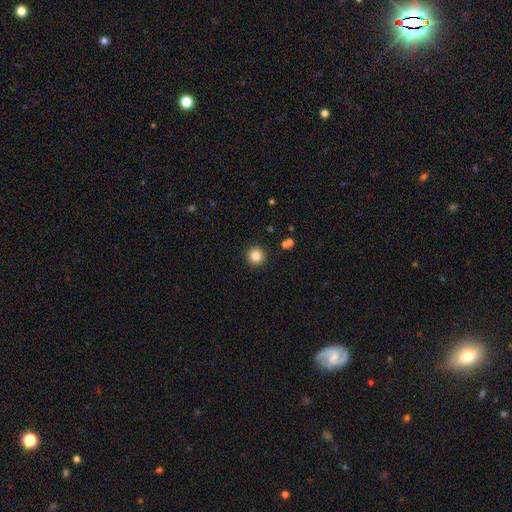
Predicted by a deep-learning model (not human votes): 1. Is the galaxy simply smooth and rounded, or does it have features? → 84% smooth, 11% star or artifact, 5% featured or disk.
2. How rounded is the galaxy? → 95% round, 4% in between, 1% cigar-shaped.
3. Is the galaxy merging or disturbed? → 91% none, 5% minor disturbance, 2% major disturbance, 2% merger.